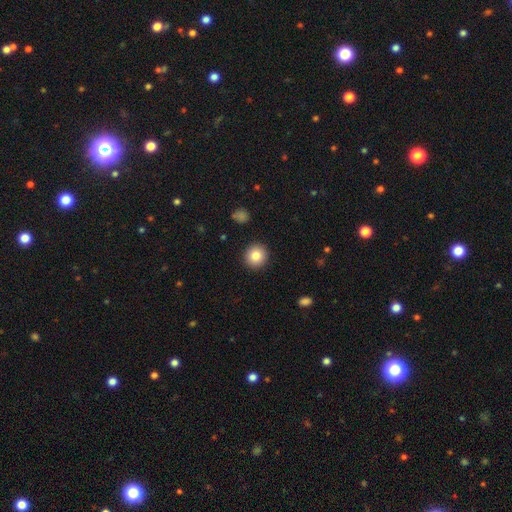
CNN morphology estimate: Smooth or featured: smooth — 83% (star or artifact — 10%)
How rounded: round — 93% (in between — 6%)
Merging: none — 91% (minor disturbance — 5%)